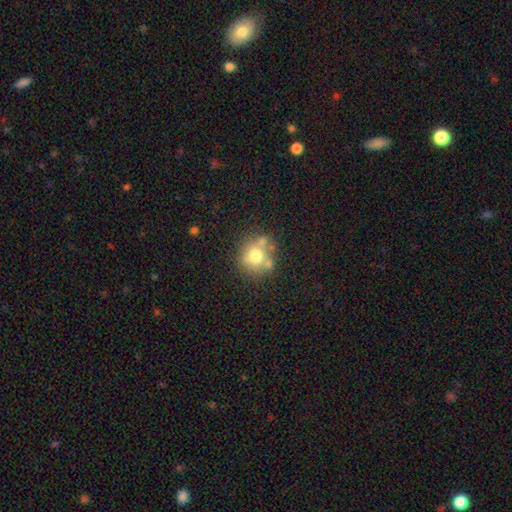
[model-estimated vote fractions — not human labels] Q: Smooth or featured?
A: smooth (64%); runner-up: featured or disk (23%)
Q: How rounded?
A: round (83%); runner-up: in between (16%)
Q: Merging?
A: none (59%); runner-up: merger (20%)